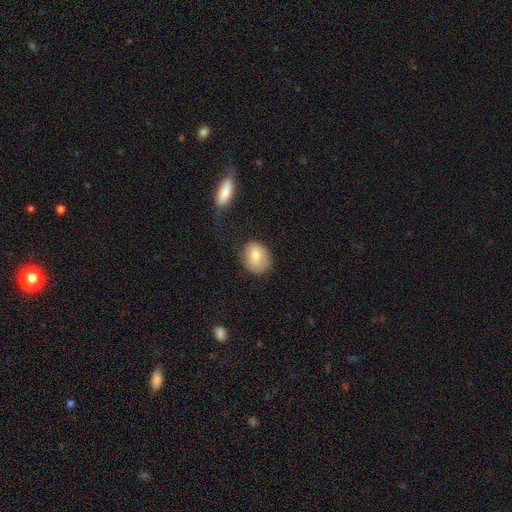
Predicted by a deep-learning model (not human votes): Smooth or featured? Predicted: smooth (p=0.78). How rounded? Predicted: in between (p=0.61). Merging? Predicted: none (p=0.67).